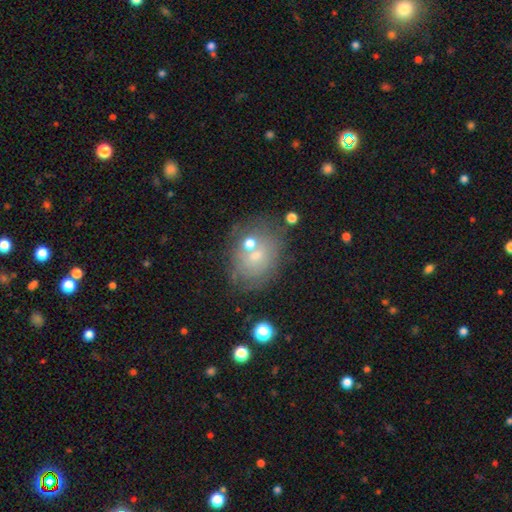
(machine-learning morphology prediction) A smooth galaxy with no disk features (46%).

Vote fractions:
- Smooth or featured? smooth: 46% / featured or disk: 35% / star or artifact: 19%
- Merging? none: 64% / minor disturbance: 17% / merger: 12% / major disturbance: 7%